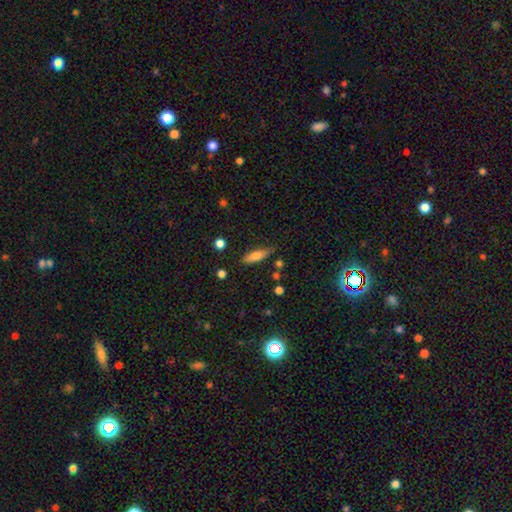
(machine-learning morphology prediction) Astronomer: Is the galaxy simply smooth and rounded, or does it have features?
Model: smooth — 73%.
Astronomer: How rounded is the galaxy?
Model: in between — 50% (runner-up: cigar-shaped, 48%).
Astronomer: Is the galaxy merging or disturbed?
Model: none — 76%.